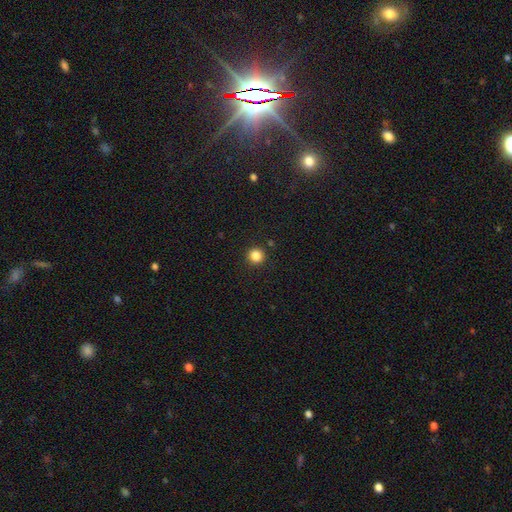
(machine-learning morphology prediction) Overall: smooth (85%). How rounded: round (95%). Merging: none (92%).